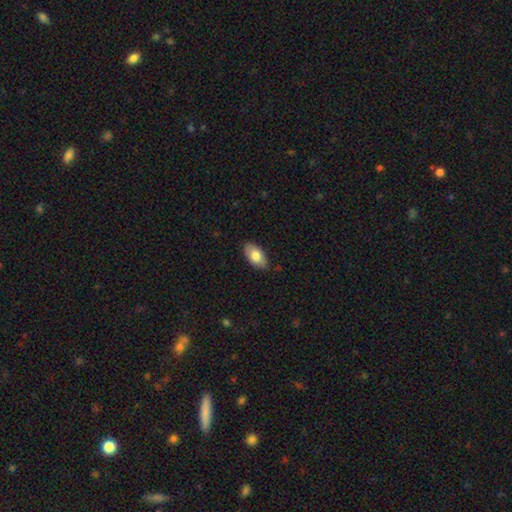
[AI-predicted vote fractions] smooth_or_featured: smooth (p=0.79) [alt: featured or disk p=0.15]
how_rounded: in between (p=0.94) [alt: round p=0.03]
merging: none (p=0.84) [alt: minor disturbance p=0.13]